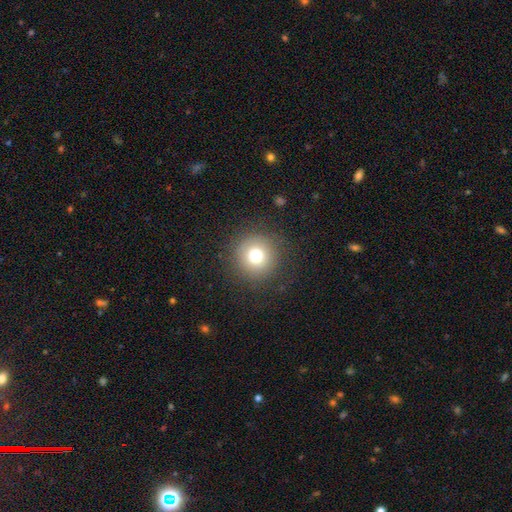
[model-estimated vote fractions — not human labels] smooth 74%, star or artifact 14%, featured or disk 12%. Down the decision tree: how rounded — round (95%); merging — none (88%).